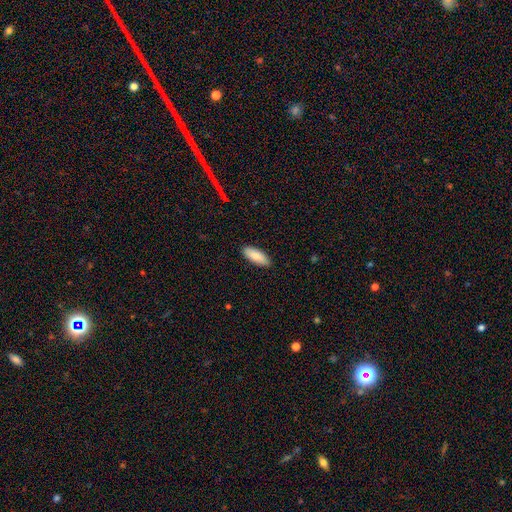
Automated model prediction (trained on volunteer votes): The model was most divided on "how rounded": in between: 71%, cigar-shaped: 27%, round: 2%. More confident: merging — none (89%); smooth or featured — smooth (85%).